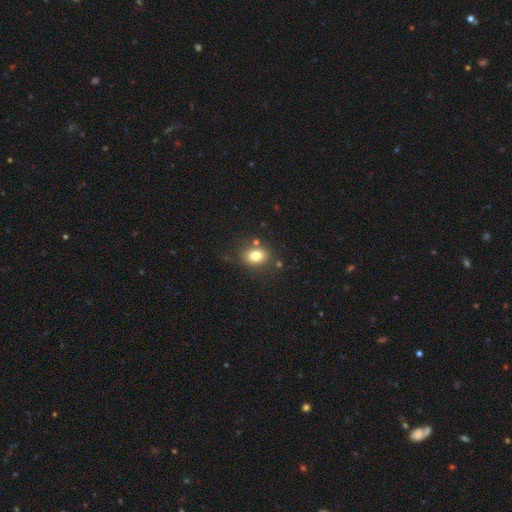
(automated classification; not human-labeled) Morphology: type=smooth (79%); roundness=in between (52%); merging=none (77%).